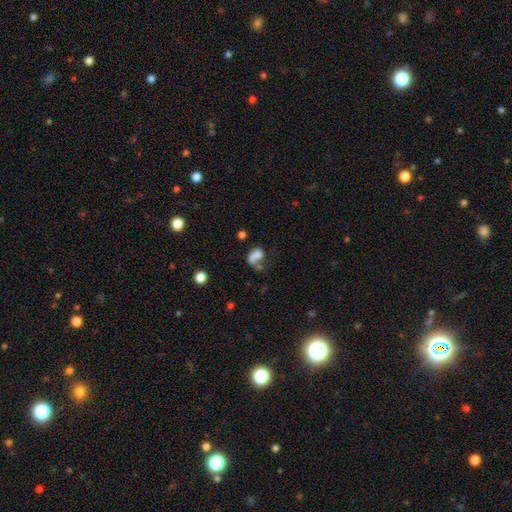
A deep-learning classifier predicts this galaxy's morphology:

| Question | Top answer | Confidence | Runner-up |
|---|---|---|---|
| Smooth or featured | smooth | 56% | featured or disk (30%) |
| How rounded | in between | 71% | round (26%) |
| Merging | major disturbance | 35% | merger (26%) |